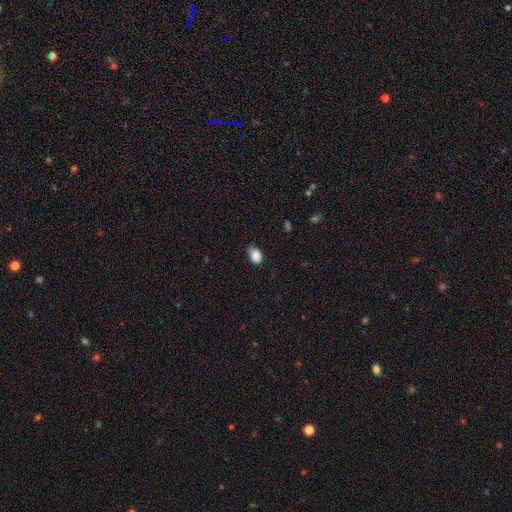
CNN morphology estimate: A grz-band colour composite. It shows a smooth galaxy with no disk features (86%) that is in between round and cigar-shaped (81%). Merging: none (60%).